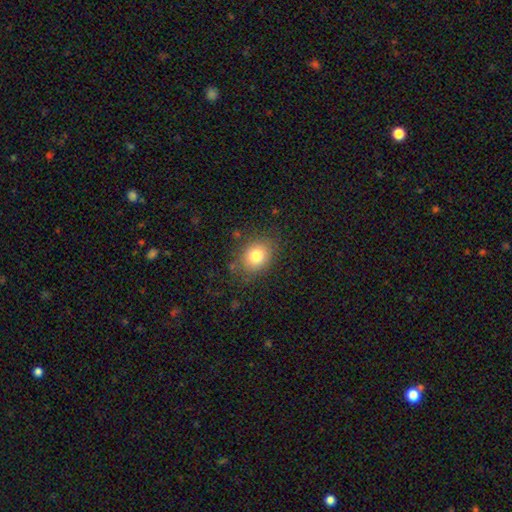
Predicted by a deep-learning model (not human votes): A smooth galaxy with no disk features (79%) that is in between round and cigar-shaped (51%).

Vote fractions:
- Smooth or featured? smooth: 79% / star or artifact: 10% / featured or disk: 10%
- How rounded? in between: 51% / round: 48% / cigar-shaped: 1%
- Merging? none: 80% / minor disturbance: 14% / major disturbance: 4% / merger: 2%